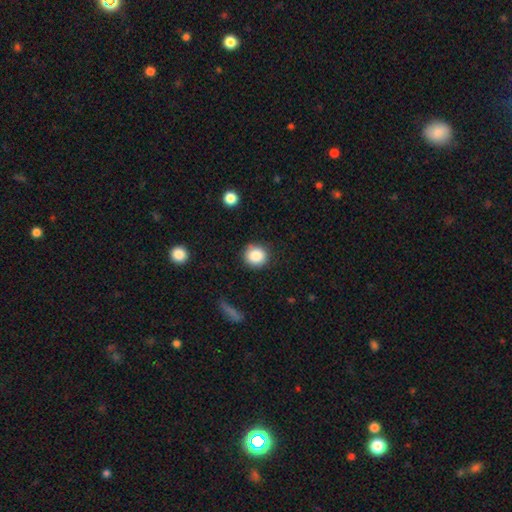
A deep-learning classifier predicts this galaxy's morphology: Overall: smooth (86%). How rounded: round (91%). Merging: none (86%).